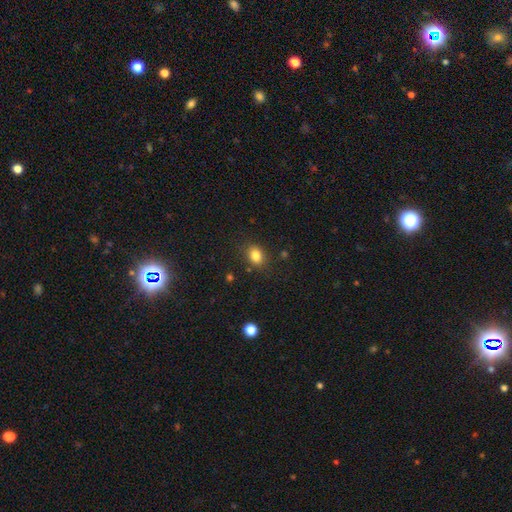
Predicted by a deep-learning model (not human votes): This is clearly a smooth galaxy (84%). How rounded: likely in between (62%). Merging: clearly none (83%).